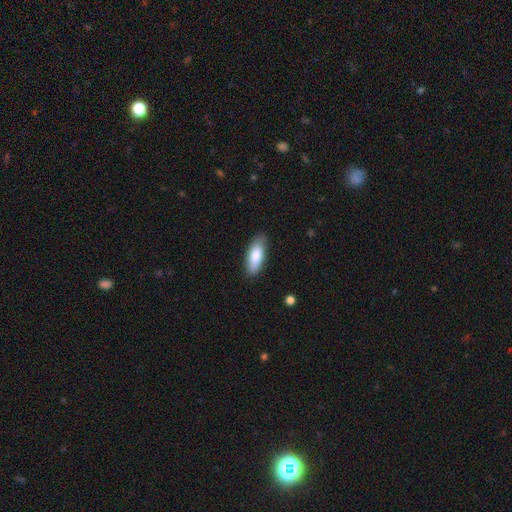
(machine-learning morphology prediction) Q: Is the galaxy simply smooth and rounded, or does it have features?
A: smooth — 83%.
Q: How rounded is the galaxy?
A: in between — 77%.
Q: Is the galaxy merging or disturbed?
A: none — 84%.